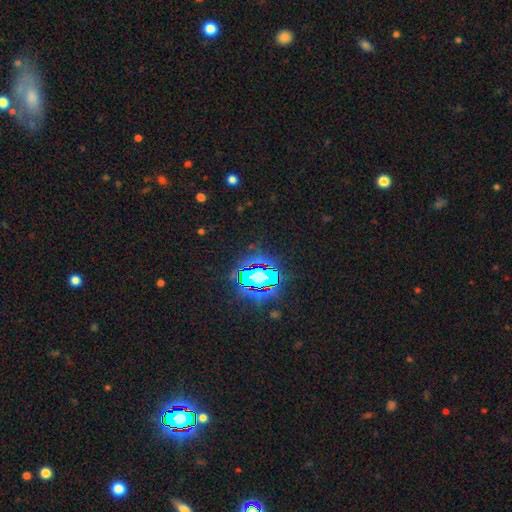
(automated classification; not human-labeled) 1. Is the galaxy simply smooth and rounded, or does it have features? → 83% star or artifact, 10% smooth, 7% featured or disk.